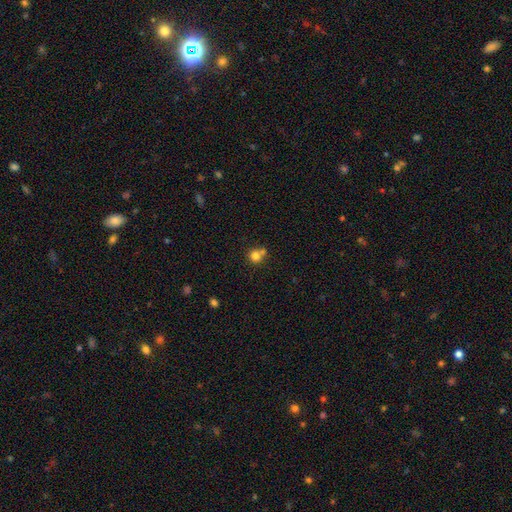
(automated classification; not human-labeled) Smooth or featured?
  - smooth: 79% *
  - star or artifact: 12%
  - featured or disk: 9%
How rounded?
  - round: 89% *
  - in between: 10%
  - cigar-shaped: 1%
Merging?
  - none: 51% *
  - merger: 38%
  - minor disturbance: 8%
  - major disturbance: 3%